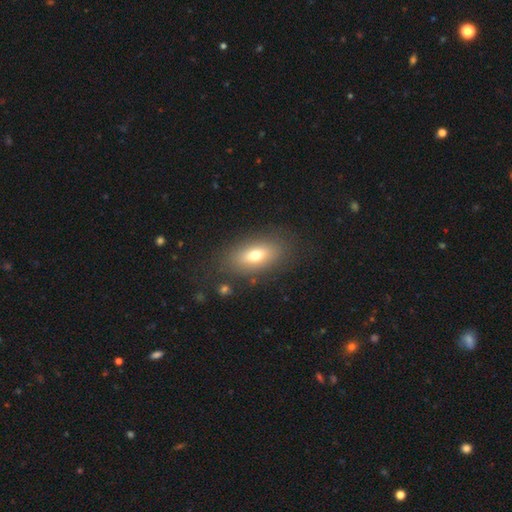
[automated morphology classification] Q: Smooth or featured?
A: smooth (68%); runner-up: featured or disk (22%)
Q: How rounded?
A: in between (84%); runner-up: round (8%)
Q: Merging?
A: none (82%); runner-up: minor disturbance (11%)